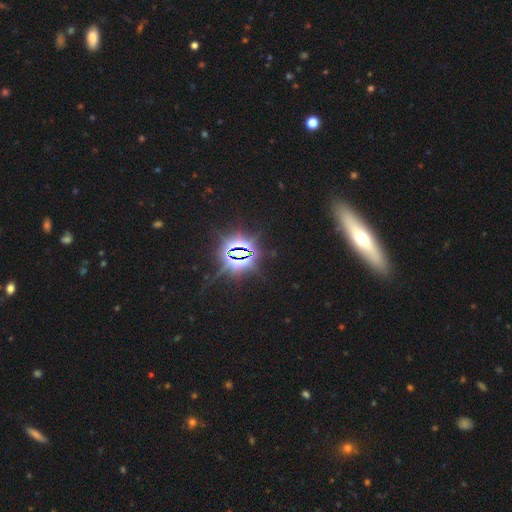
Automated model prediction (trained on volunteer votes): Morphology: type=star or artifact (75%).